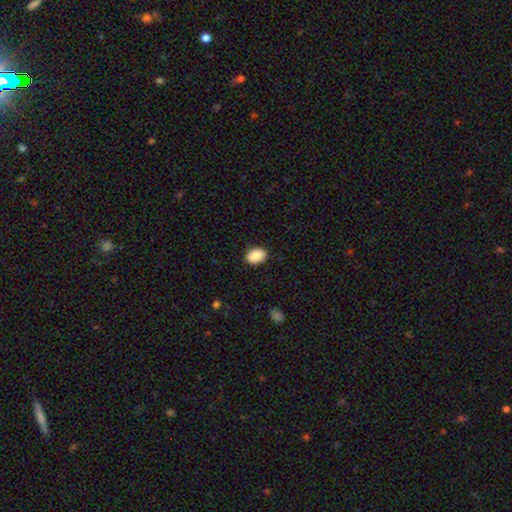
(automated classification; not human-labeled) Smooth or featured? smooth (90%)
How rounded? in between (83%)
Merging? none (89%)